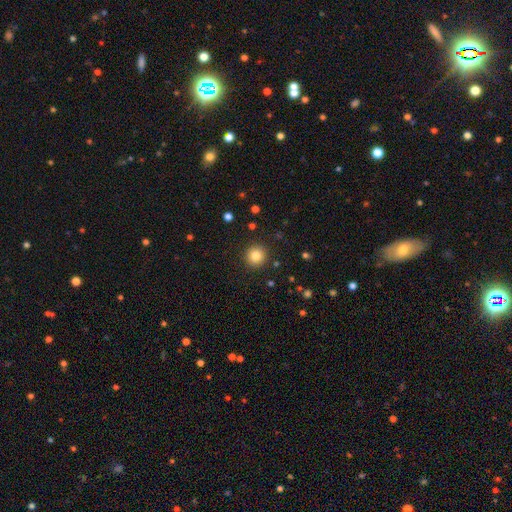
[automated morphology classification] Smooth or featured?
  - smooth: 83% *
  - star or artifact: 11%
  - featured or disk: 6%
How rounded?
  - round: 94% *
  - in between: 5%
  - cigar-shaped: 1%
Merging?
  - none: 92% *
  - minor disturbance: 5%
  - major disturbance: 2%
  - merger: 1%